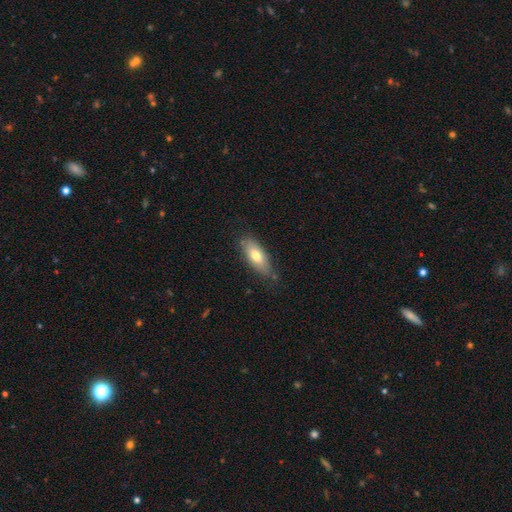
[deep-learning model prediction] Smooth or featured? smooth (71%)
How rounded? in between (77%)
Merging? none (73%)